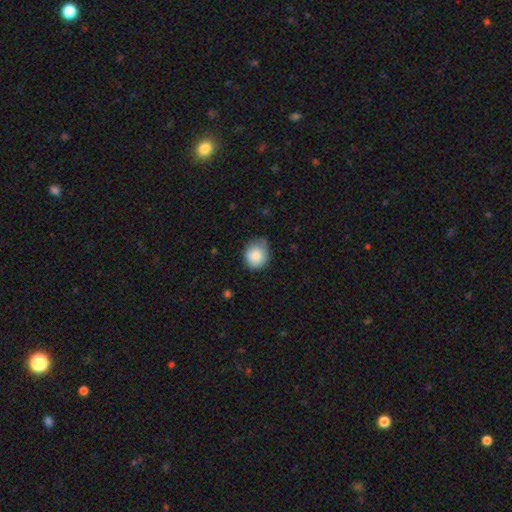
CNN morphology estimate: Overall: smooth (85%). How rounded: round (81%). Merging: none (69%).